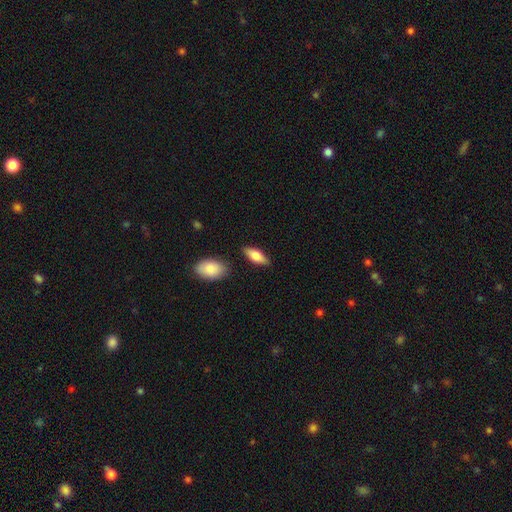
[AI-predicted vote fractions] This is likely a smooth galaxy (71%). How rounded: likely in between (75%). Merging: clearly none (84%).